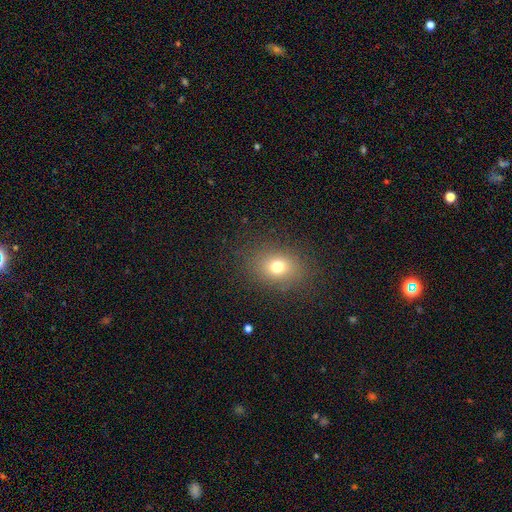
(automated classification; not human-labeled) Smooth or featured?
  - smooth: 69% *
  - star or artifact: 21%
  - featured or disk: 10%
How rounded?
  - in between: 57% *
  - round: 42%
  - cigar-shaped: 1%
Merging?
  - none: 89% *
  - minor disturbance: 7%
  - major disturbance: 2%
  - merger: 1%